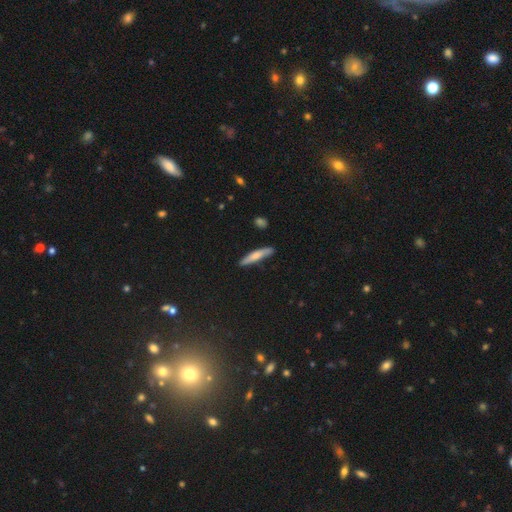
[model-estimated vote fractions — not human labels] Smooth or featured: smooth — 66% (featured or disk — 28%)
How rounded: cigar-shaped — 89% (in between — 10%)
Merging: none — 85% (minor disturbance — 11%)